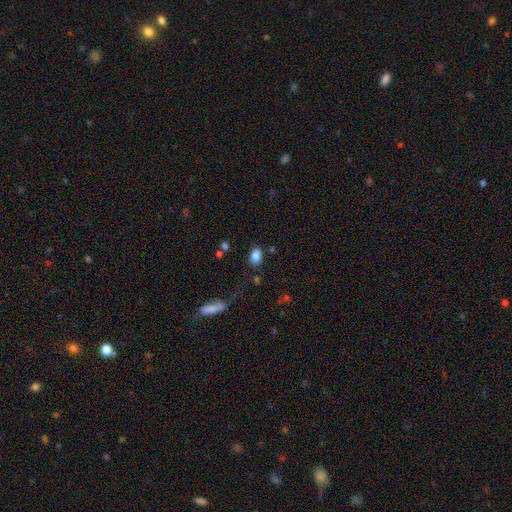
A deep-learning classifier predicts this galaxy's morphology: A smooth galaxy with no disk features (85%) that is in between round and cigar-shaped (82%). Merging: none (81%).